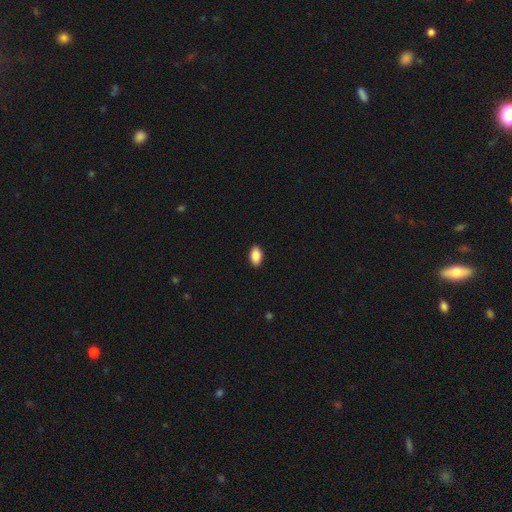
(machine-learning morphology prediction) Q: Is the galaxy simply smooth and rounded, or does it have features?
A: smooth — 88%.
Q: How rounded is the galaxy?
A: in between — 93%.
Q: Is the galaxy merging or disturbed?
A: none — 90%.